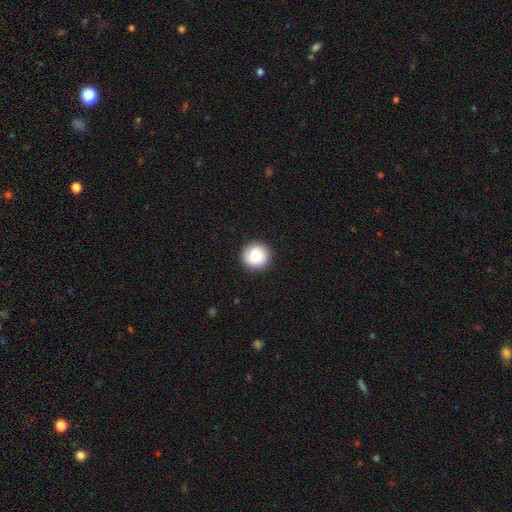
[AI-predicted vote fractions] Overall: smooth (82%). How rounded: round (95%). Merging: none (91%).